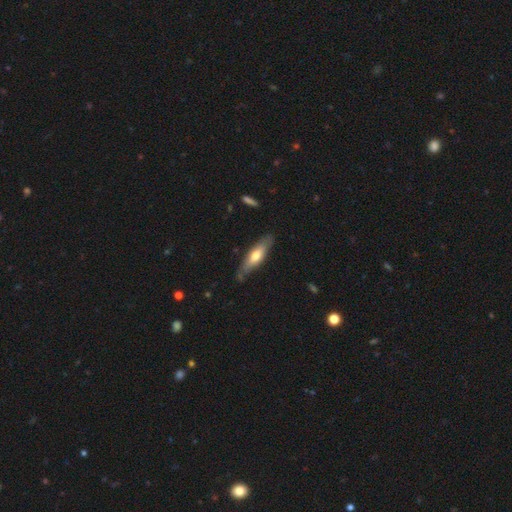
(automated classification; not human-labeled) Overall: smooth (54%; featured or disk 40%). How rounded: cigar-shaped (61%; in between 37%). Merging: none (77%).